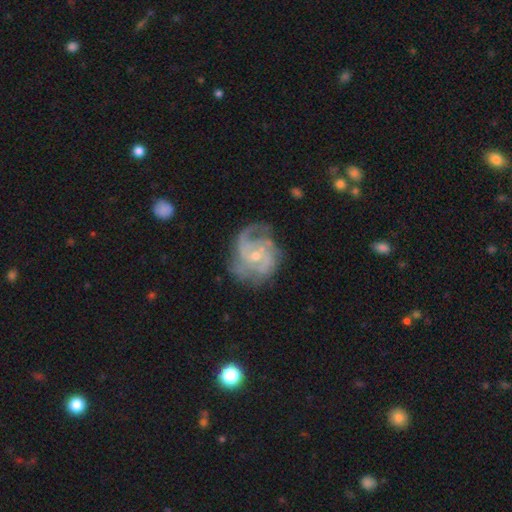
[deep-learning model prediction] Overall: featured or disk (86%). Edge-on disk: no (98%). Bar: no (64%; weak 31%). Spiral arms: yes (95%). Spiral arm count: 2 (30%; 3 26%). Spiral winding: medium (44%; tight 41%). Bulge size: small (62%; moderate 34%). Merging: none (58%; minor disturbance 23%).